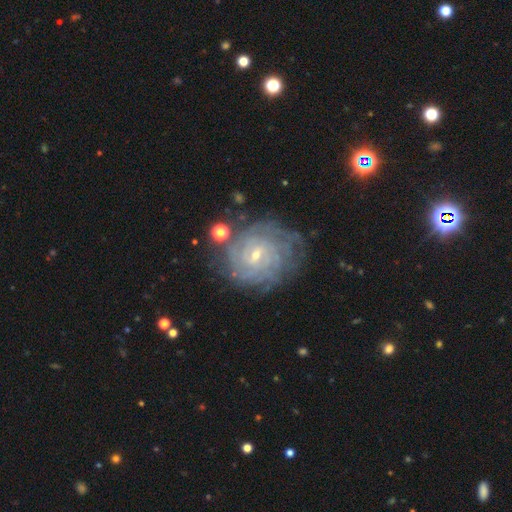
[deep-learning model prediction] A featured or disk galaxy (80%) with no bar (50%), tight (79%) spiral arms (95%) and a small central bulge (77%). Merging: none (78%).